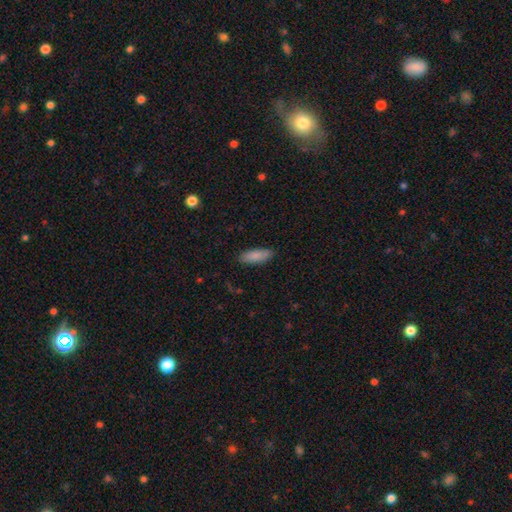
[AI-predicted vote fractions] Smooth or featured?
  - smooth: 87% *
  - featured or disk: 7%
  - star or artifact: 6%
How rounded?
  - in between: 62% *
  - cigar-shaped: 37%
  - round: 2%
Merging?
  - none: 87% *
  - minor disturbance: 10%
  - major disturbance: 2%
  - merger: 1%